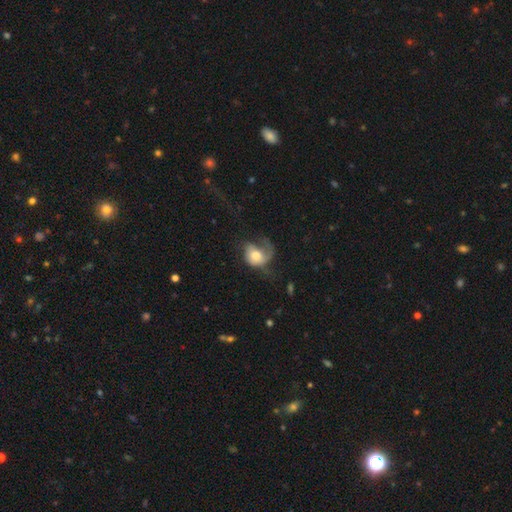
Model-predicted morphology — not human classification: Smooth or featured?
  - smooth: 50% *
  - featured or disk: 42%
  - star or artifact: 8%
Merging?
  - major disturbance: 49% *
  - none: 25%
  - minor disturbance: 23%
  - merger: 3%